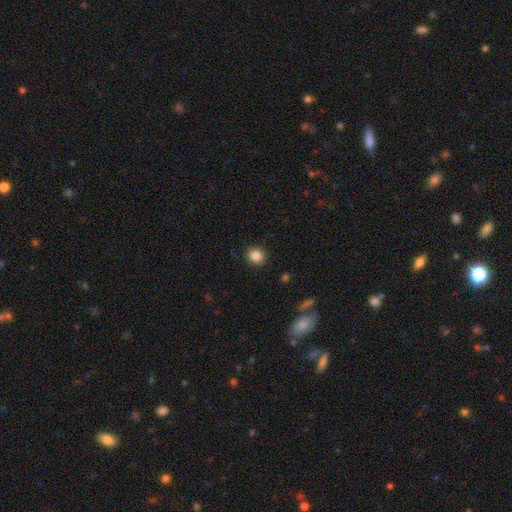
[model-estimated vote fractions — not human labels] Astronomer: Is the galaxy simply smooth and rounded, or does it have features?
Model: smooth — 86%.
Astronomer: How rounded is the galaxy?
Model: round — 67%.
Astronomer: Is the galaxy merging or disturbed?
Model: none — 89%.